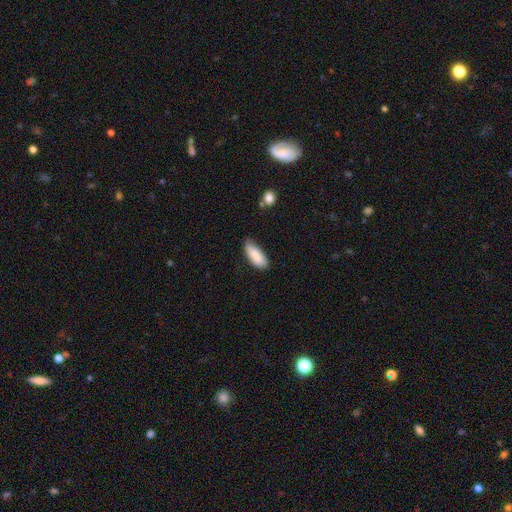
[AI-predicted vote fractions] Smooth or featured: smooth — 86% (featured or disk — 7%)
How rounded: in between — 79% (cigar-shaped — 19%)
Merging: none — 64% (minor disturbance — 29%)